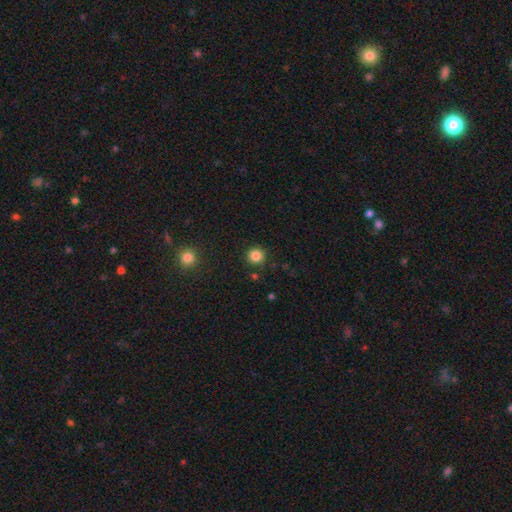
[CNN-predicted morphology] Smooth or featured?
  - smooth: 84% *
  - star or artifact: 12%
  - featured or disk: 4%
How rounded?
  - round: 94% *
  - in between: 5%
  - cigar-shaped: 1%
Merging?
  - none: 90% *
  - minor disturbance: 6%
  - major disturbance: 2%
  - merger: 2%